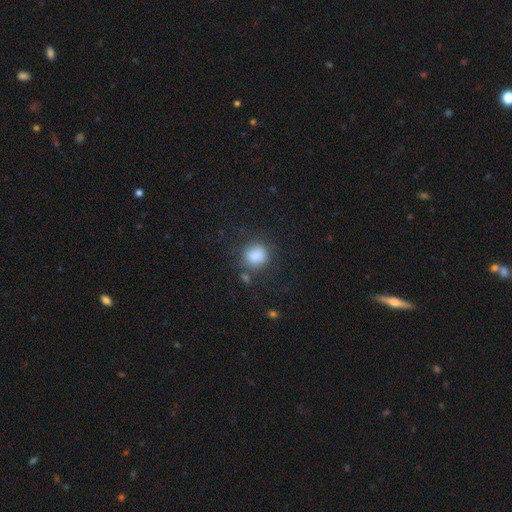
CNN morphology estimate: Smooth or featured?
  - smooth: 85% *
  - star or artifact: 9%
  - featured or disk: 5%
How rounded?
  - round: 71% *
  - in between: 27%
  - cigar-shaped: 1%
Merging?
  - none: 72% *
  - minor disturbance: 16%
  - major disturbance: 7%
  - merger: 6%